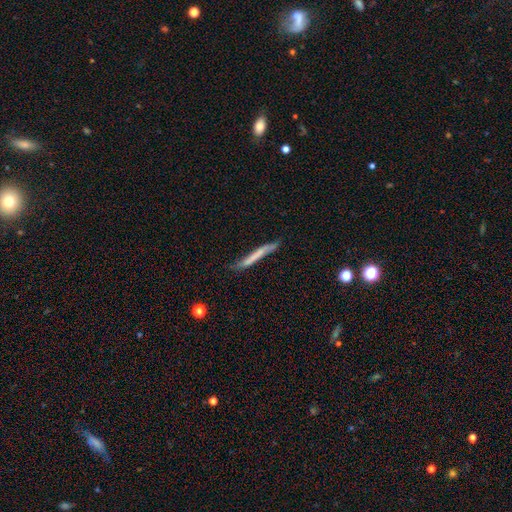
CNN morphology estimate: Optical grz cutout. It shows a smooth galaxy with no disk features (56%) that is cigar-shaped (96%). Merging: none (67%).